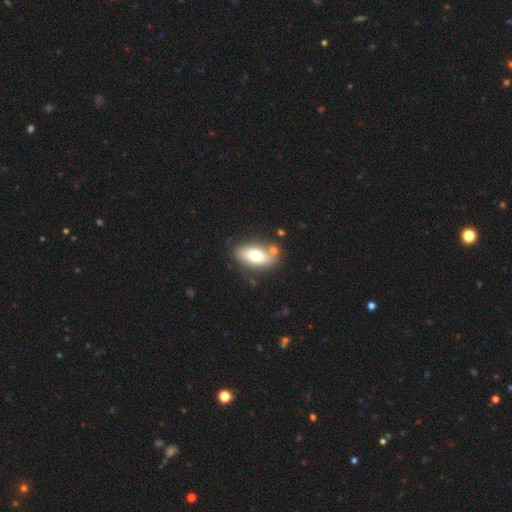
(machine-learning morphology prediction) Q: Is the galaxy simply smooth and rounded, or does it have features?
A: smooth — 68%.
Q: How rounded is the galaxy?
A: in between — 88%.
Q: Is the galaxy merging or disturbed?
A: none — 69%.